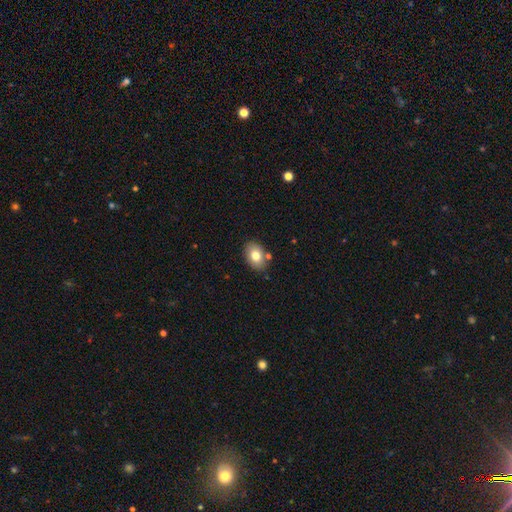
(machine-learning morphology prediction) A smooth galaxy with no disk features (79%) that is in between round and cigar-shaped (79%). Merging: none (80%).